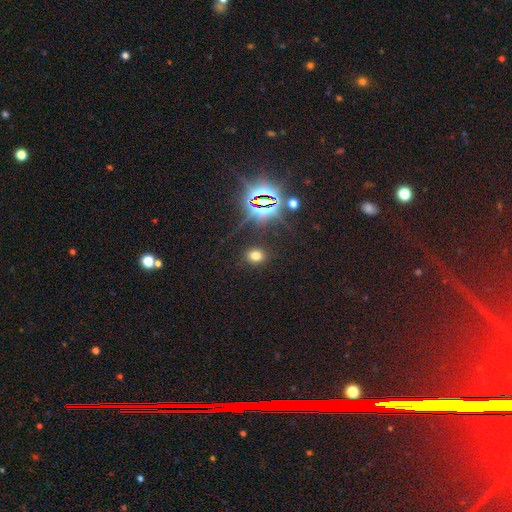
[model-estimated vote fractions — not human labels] Q: Smooth or featured?
A: smooth (64%); runner-up: star or artifact (28%)
Q: How rounded?
A: round (50%); runner-up: in between (49%)
Q: Merging?
A: none (87%); runner-up: minor disturbance (7%)